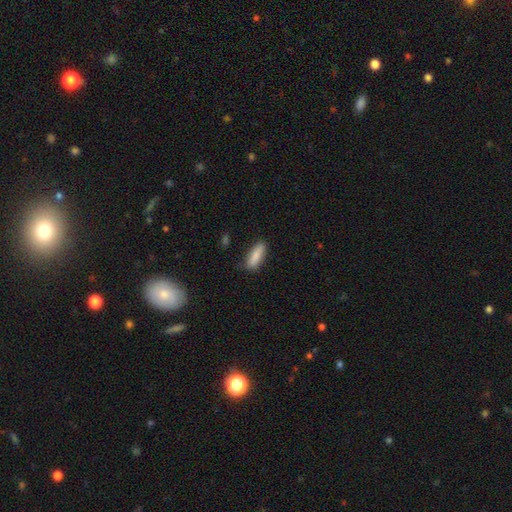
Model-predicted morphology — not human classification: A smooth galaxy with no disk features (86%) that is in between round and cigar-shaped (53%).

Vote fractions:
- Smooth or featured? smooth: 86% / featured or disk: 8% / star or artifact: 6%
- How rounded? in between: 53% / cigar-shaped: 45% / round: 2%
- Merging? none: 82% / minor disturbance: 14% / major disturbance: 3% / merger: 2%